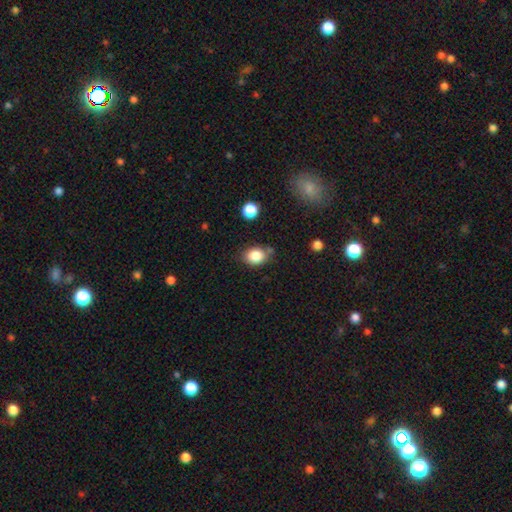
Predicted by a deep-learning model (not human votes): smooth_or_featured: smooth (p=0.84) [alt: star or artifact p=0.09]
how_rounded: in between (p=0.61) [alt: round p=0.38]
merging: none (p=0.70) [alt: minor disturbance p=0.19]